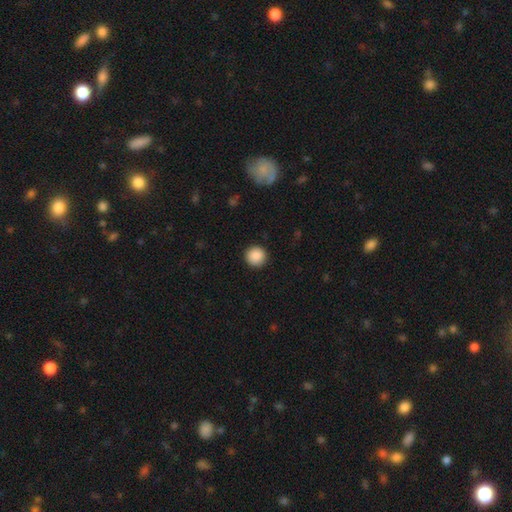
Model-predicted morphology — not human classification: A smooth galaxy with no disk features (89%) that is round (95%).

Vote fractions:
- Smooth or featured? smooth: 89% / star or artifact: 8% / featured or disk: 3%
- How rounded? round: 95% / in between: 4% / cigar-shaped: 1%
- Merging? none: 92% / minor disturbance: 5% / major disturbance: 2% / merger: 1%